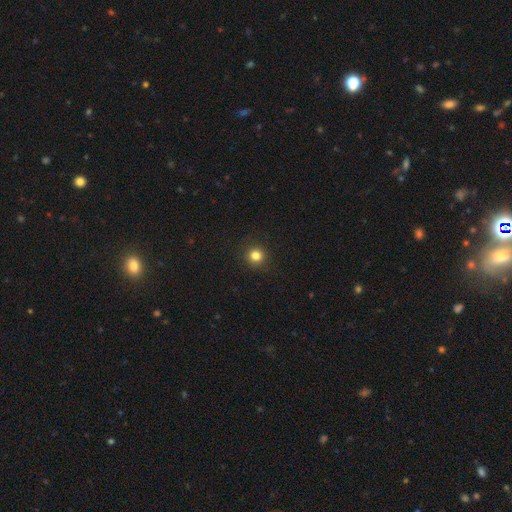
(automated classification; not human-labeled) Smooth or featured?
  - smooth: 83% *
  - star or artifact: 13%
  - featured or disk: 5%
How rounded?
  - round: 94% *
  - in between: 5%
  - cigar-shaped: 1%
Merging?
  - none: 92% *
  - minor disturbance: 5%
  - major disturbance: 2%
  - merger: 1%